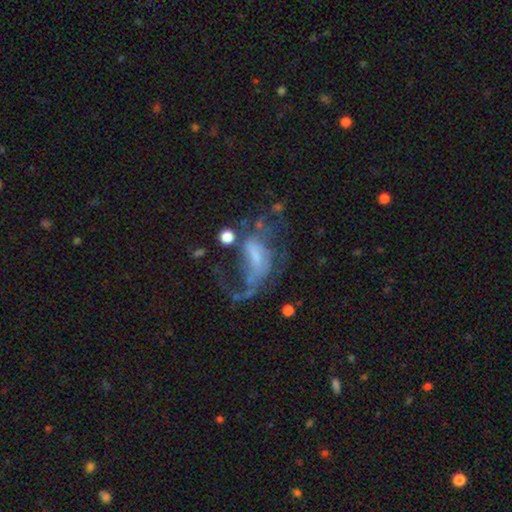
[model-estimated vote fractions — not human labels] Smooth or featured? featured or disk (66%)
Edge-on disk? no (96%)
Bar? weak (40%)
Spiral arms? yes (67%)
Bulge size? none (35%)
Merging? major disturbance (49%)